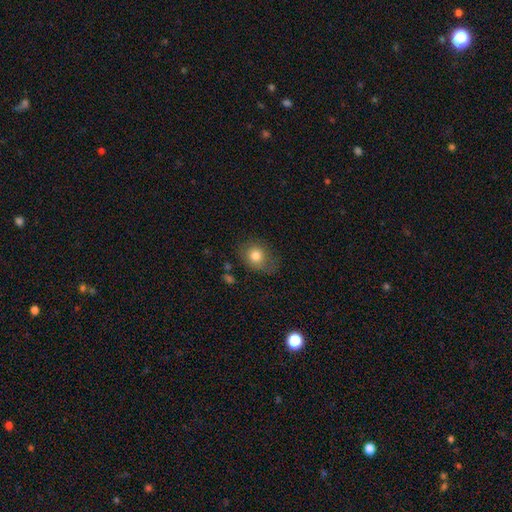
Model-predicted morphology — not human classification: Overall: smooth (79%). How rounded: round (58%; in between 41%). Merging: none (64%; minor disturbance 24%).